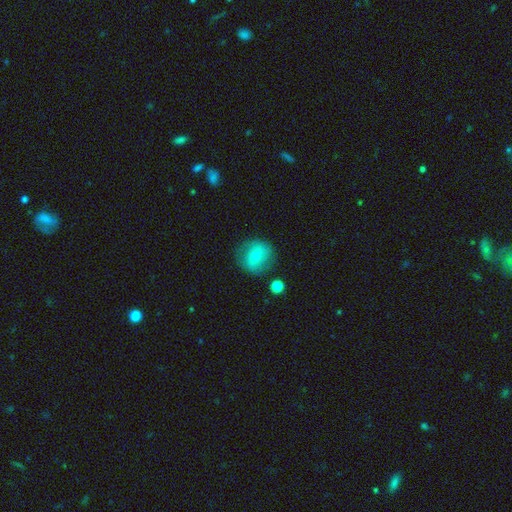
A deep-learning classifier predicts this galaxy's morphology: smooth_or_featured: smooth (p=0.63) [alt: featured or disk p=0.29]
how_rounded: round (p=0.84) [alt: in between p=0.14]
merging: none (p=0.78) [alt: minor disturbance p=0.14]